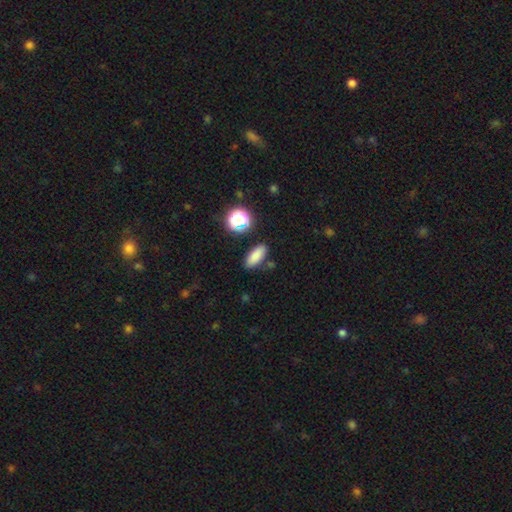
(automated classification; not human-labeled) This appears to be a smooth galaxy with no disk features (80%) that is in between round and cigar-shaped (76%). Merging: none (83%).